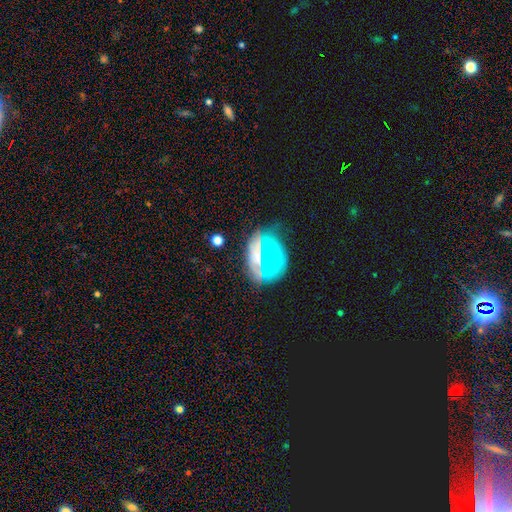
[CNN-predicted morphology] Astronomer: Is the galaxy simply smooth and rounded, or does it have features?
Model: smooth — 45% (runner-up: featured or disk, 38%).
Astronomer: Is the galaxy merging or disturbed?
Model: none — 57%.